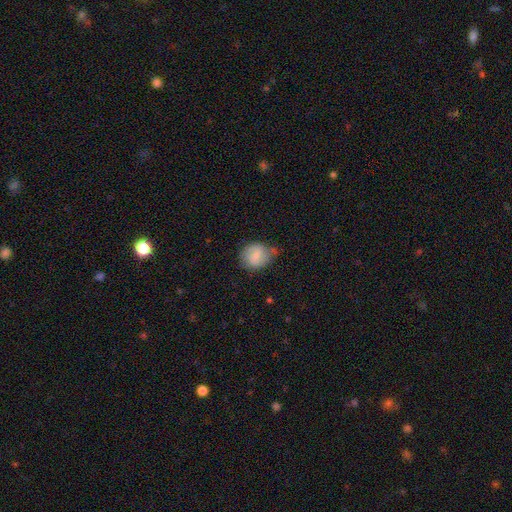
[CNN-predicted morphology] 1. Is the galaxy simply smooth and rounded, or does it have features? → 58% smooth, 35% featured or disk, 7% star or artifact.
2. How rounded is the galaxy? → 66% round, 33% in between, 1% cigar-shaped.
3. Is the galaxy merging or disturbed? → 54% none, 34% minor disturbance, 9% major disturbance, 3% merger.